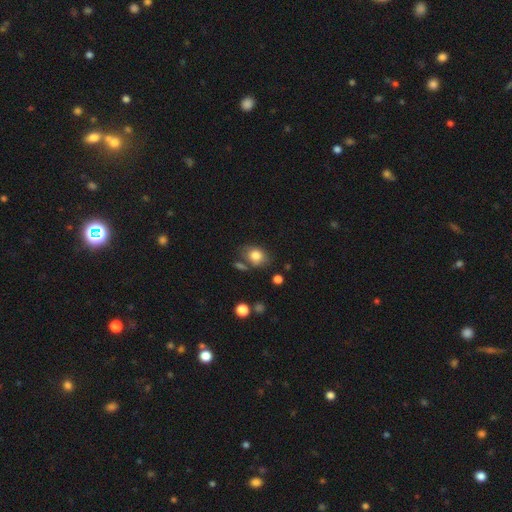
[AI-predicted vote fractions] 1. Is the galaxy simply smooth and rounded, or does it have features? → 80% smooth, 11% featured or disk, 9% star or artifact.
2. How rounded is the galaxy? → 61% in between, 38% round, 1% cigar-shaped.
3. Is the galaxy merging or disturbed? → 65% none, 20% minor disturbance, 9% merger, 6% major disturbance.